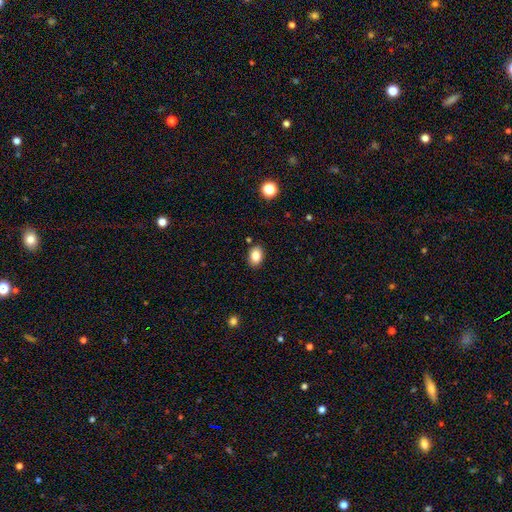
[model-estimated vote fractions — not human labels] smooth 84%, star or artifact 9%, featured or disk 7%. Down the decision tree: how rounded — in between (78%); merging — none (87%).